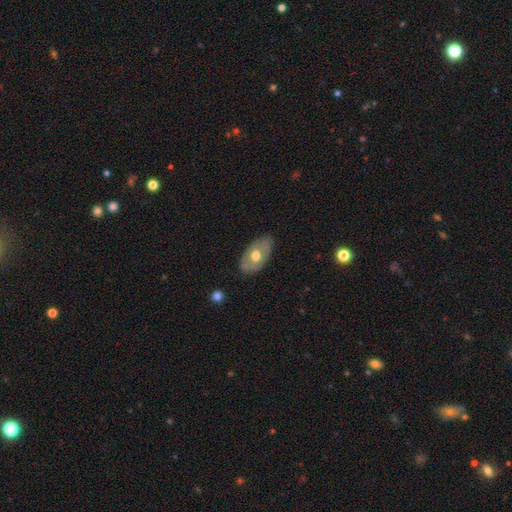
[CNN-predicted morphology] Smooth or featured? smooth (49%)
Merging? none (73%)